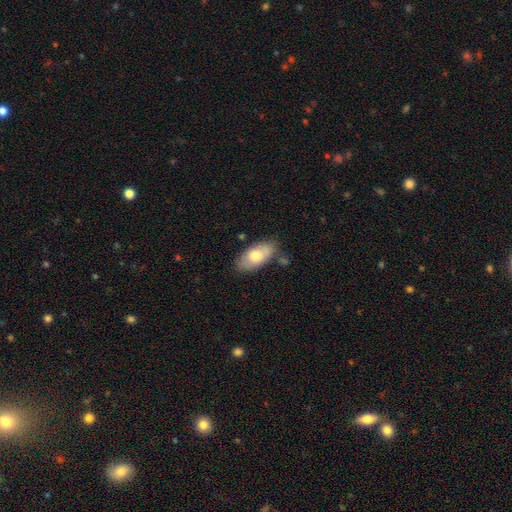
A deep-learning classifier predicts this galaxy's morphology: Smooth or featured: smooth — 69% (featured or disk — 25%)
How rounded: in between — 92% (cigar-shaped — 4%)
Merging: none — 74% (minor disturbance — 18%)